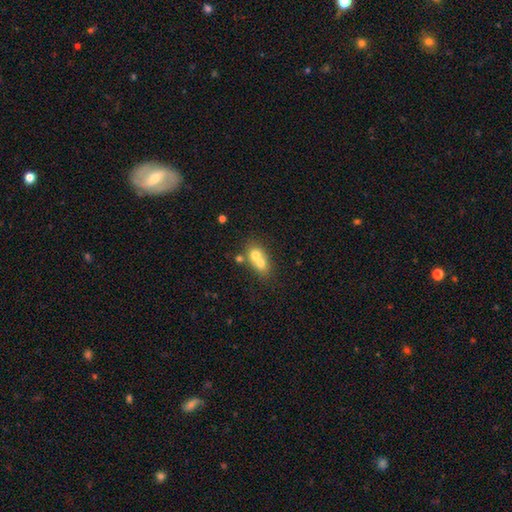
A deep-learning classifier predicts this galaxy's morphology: Q: Smooth or featured?
A: smooth (65%); runner-up: featured or disk (25%)
Q: How rounded?
A: round (57%); runner-up: in between (41%)
Q: Merging?
A: merger (68%); runner-up: none (24%)